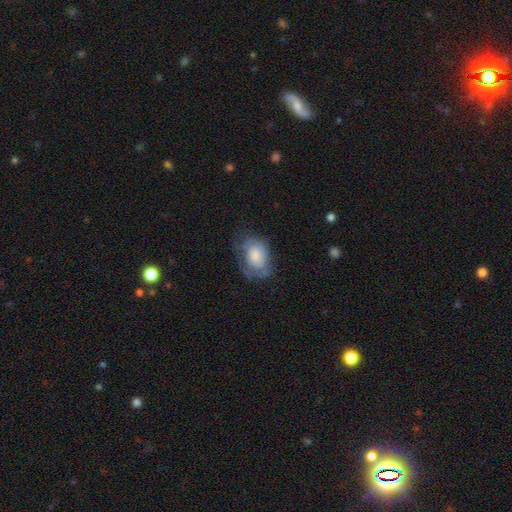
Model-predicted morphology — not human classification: Overall: smooth (64%; featured or disk 29%). How rounded: in between (78%). Merging: none (50%; minor disturbance 30%).